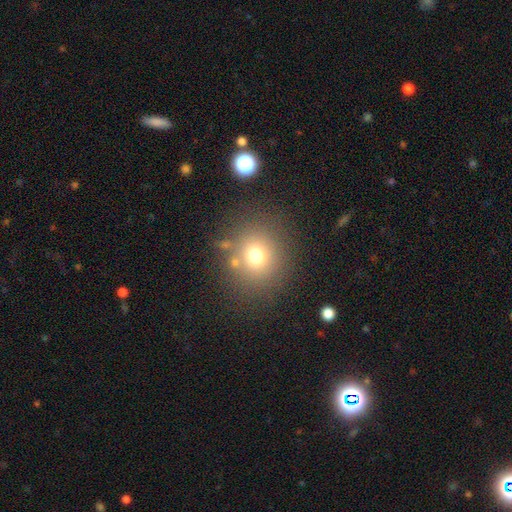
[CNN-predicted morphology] Overall: smooth (72%). How rounded: round (82%). Merging: none (78%).